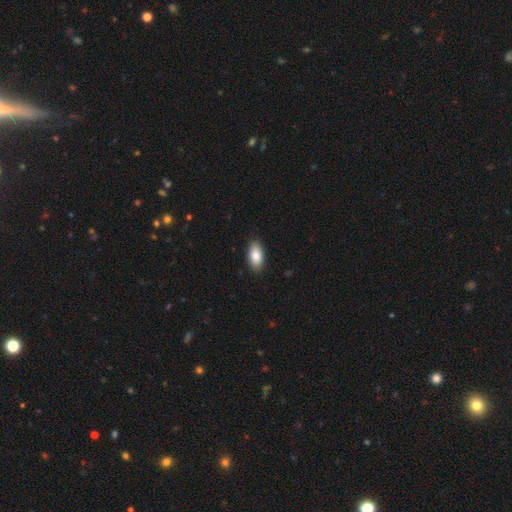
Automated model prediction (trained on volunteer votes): Overall: smooth (84%). How rounded: in between (92%). Merging: none (89%).